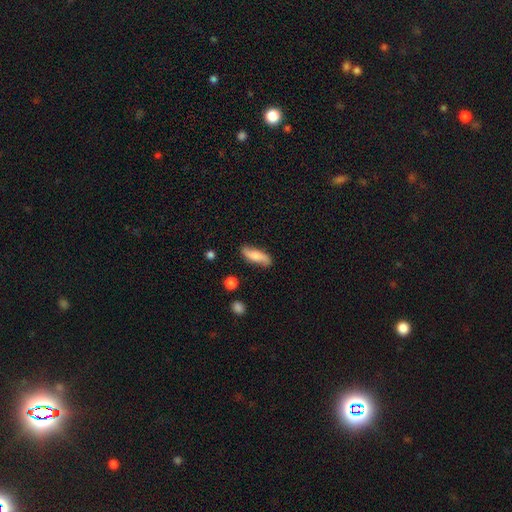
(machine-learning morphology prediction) Smooth or featured?
  - smooth: 60% *
  - featured or disk: 33%
  - star or artifact: 7%
How rounded?
  - in between: 52% *
  - cigar-shaped: 45%
  - round: 3%
Merging?
  - none: 80% *
  - minor disturbance: 15%
  - major disturbance: 3%
  - merger: 2%